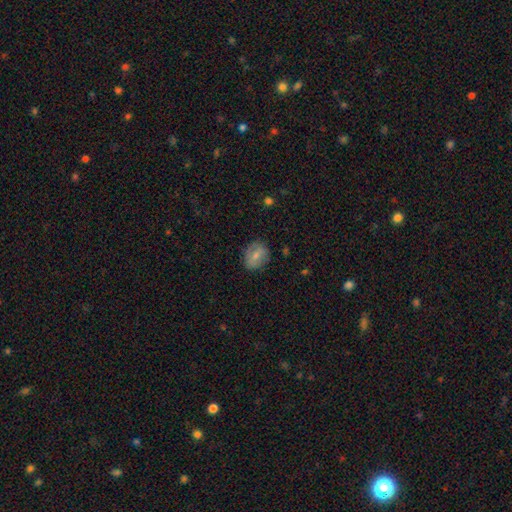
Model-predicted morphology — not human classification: Overall: smooth (66%). How rounded: in between (56%; round 42%). Merging: none (79%).